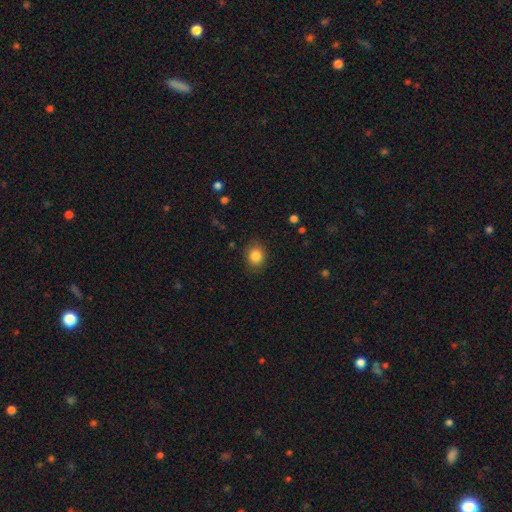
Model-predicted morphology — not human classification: Smooth or featured? smooth (85%)
How rounded? round (67%)
Merging? none (86%)